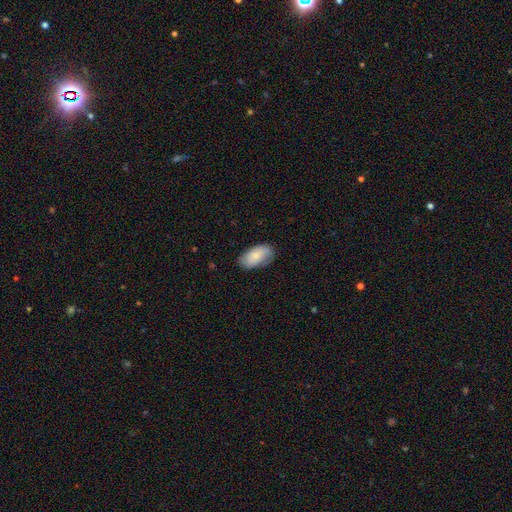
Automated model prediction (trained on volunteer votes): This is likely a smooth galaxy (77%). How rounded: clearly in between (94%). Merging: likely none (74%).